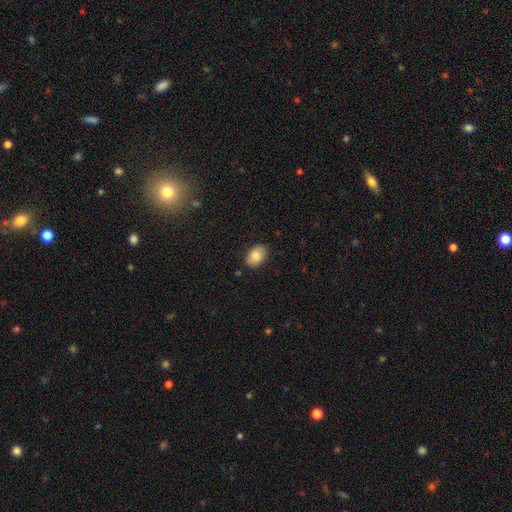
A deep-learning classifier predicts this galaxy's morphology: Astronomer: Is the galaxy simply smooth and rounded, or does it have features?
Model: smooth — 84%.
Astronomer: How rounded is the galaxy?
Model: in between — 79%.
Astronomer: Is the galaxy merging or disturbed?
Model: none — 85%.